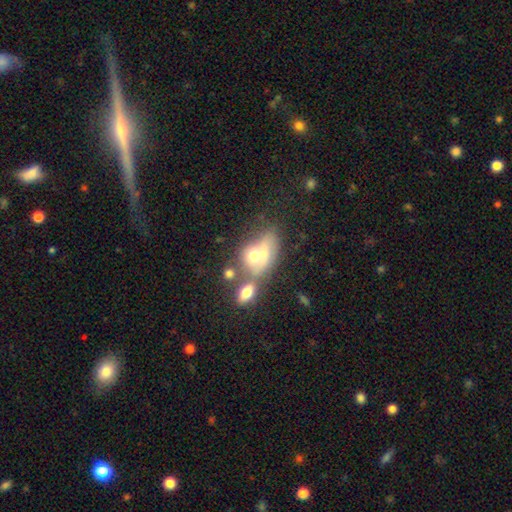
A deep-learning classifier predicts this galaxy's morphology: Q: Smooth or featured?
A: smooth (57%); runner-up: featured or disk (31%)
Q: How rounded?
A: in between (67%); runner-up: round (29%)
Q: Merging?
A: merger (48%); runner-up: none (21%)